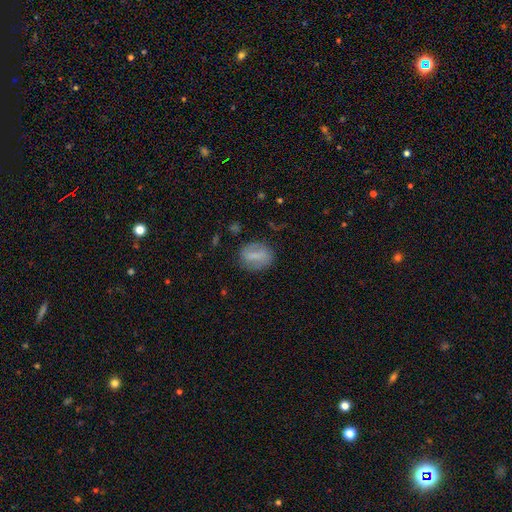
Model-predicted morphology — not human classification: Q: Smooth or featured?
A: smooth (58%); runner-up: featured or disk (34%)
Q: How rounded?
A: in between (58%); runner-up: round (39%)
Q: Merging?
A: none (75%); runner-up: minor disturbance (17%)